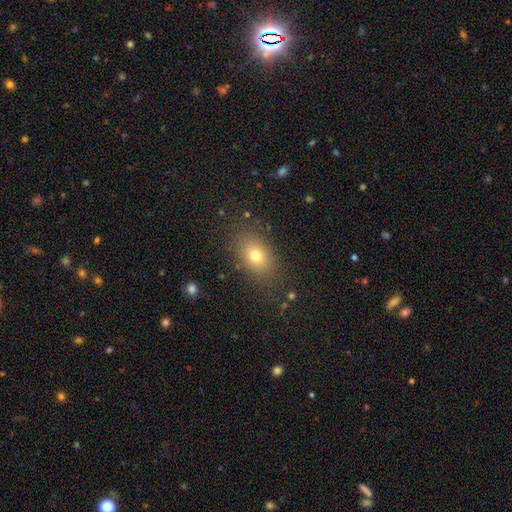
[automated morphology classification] Smooth or featured? Predicted: smooth (p=0.74). How rounded? Predicted: in between (p=0.76). Merging? Predicted: none (p=0.83).